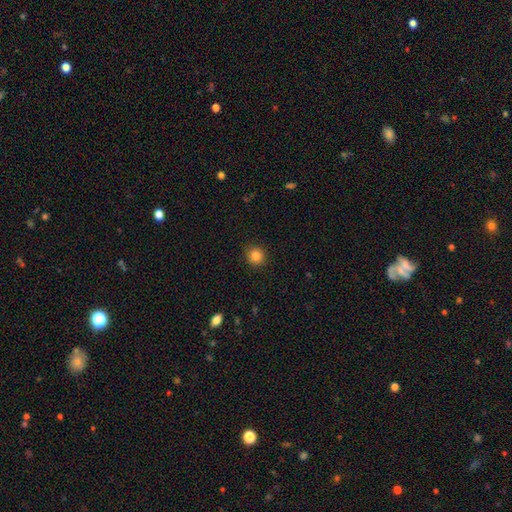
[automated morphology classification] Smooth or featured? smooth (85%)
How rounded? round (87%)
Merging? none (90%)